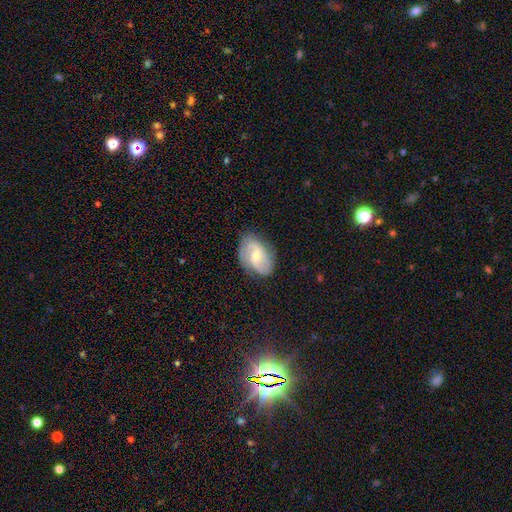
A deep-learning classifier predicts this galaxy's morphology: Smooth or featured? featured or disk (64%)
Edge-on disk? no (96%)
Bar? weak (48%)
Spiral arms? yes (90%)
Spiral winding? medium (44%)
Spiral arm count? 2 (80%)
Bulge size? moderate (49%)
Merging? none (78%)